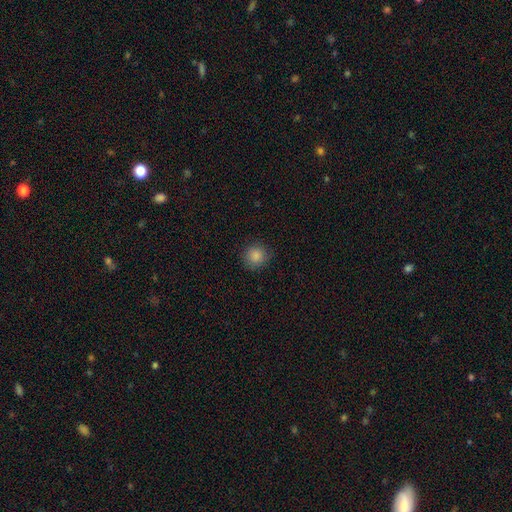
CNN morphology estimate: The model was most divided on "smooth or featured": smooth: 86%, star or artifact: 10%, featured or disk: 4%. More confident: how rounded — round (91%); merging — none (86%).